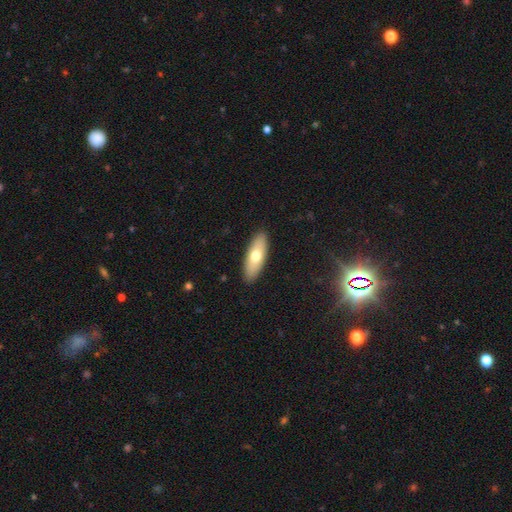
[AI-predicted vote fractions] smooth-or-featured: smooth: 67% | featured or disk: 28% | star or artifact: 6%
  how-rounded: in between: 67% | cigar-shaped: 31% | round: 3%
  merging: none: 90% | minor disturbance: 8% | major disturbance: 2% | merger: 1%